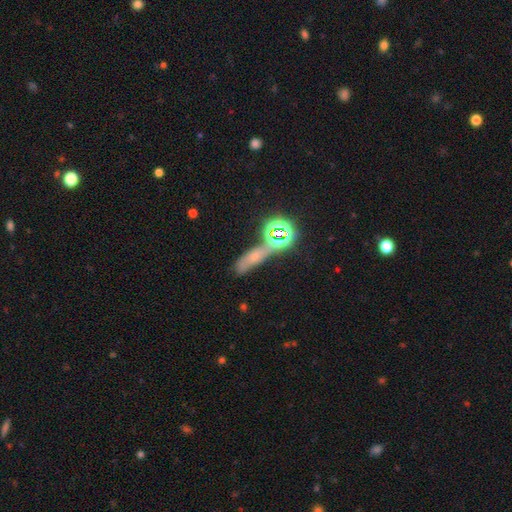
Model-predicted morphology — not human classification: type=star or artifact (45%).